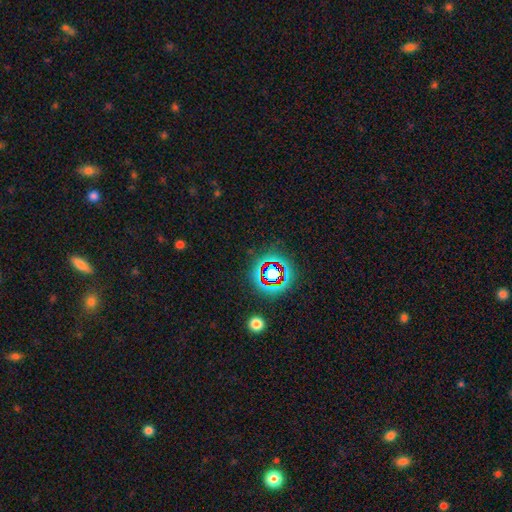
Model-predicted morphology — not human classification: smooth-or-featured: star or artifact: 75% | smooth: 13% | featured or disk: 12%